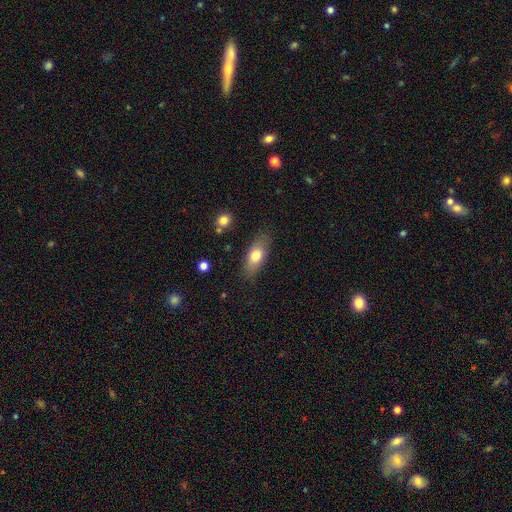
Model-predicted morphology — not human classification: type=smooth (73%); roundness=in between (79%); merging=none (82%).